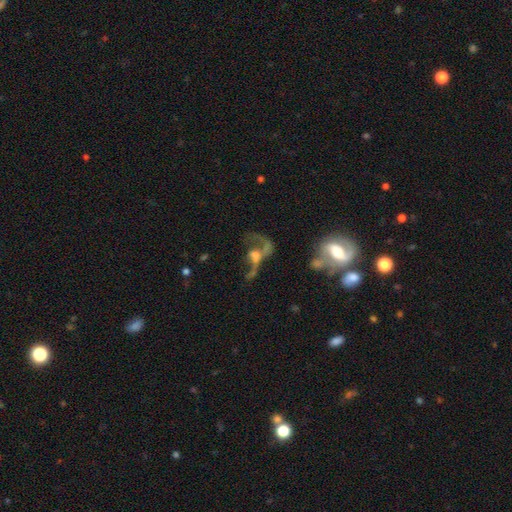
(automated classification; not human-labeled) The model was most divided on "bulge size": moderate: 33%, none: 29%, small: 21%, large: 14%, dominant: 4%. Remaining: edge-on disk — no (91%); bar — no (75%); spiral arms — no (57%); smooth or featured — featured or disk (56%); merging — major disturbance (37%).